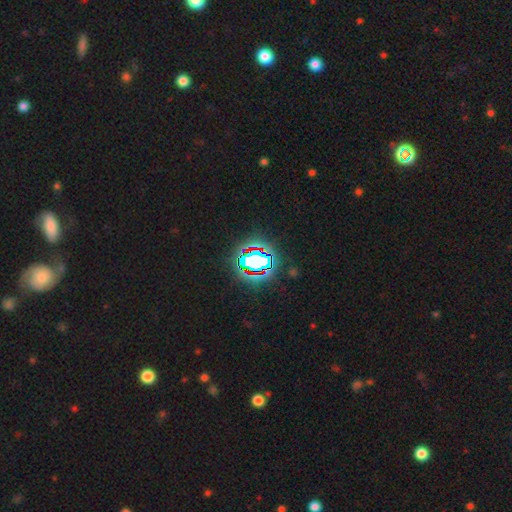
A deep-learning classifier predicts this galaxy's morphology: The model was most divided on "smooth or featured": star or artifact: 69%, smooth: 18%, featured or disk: 13%.